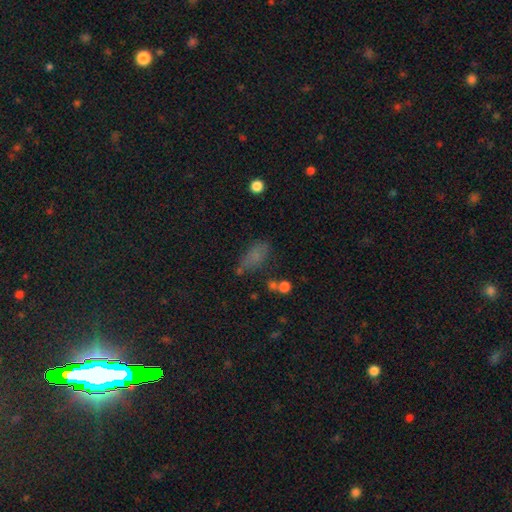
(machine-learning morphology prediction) Smooth or featured? smooth (67%)
How rounded? in between (81%)
Merging? none (51%)